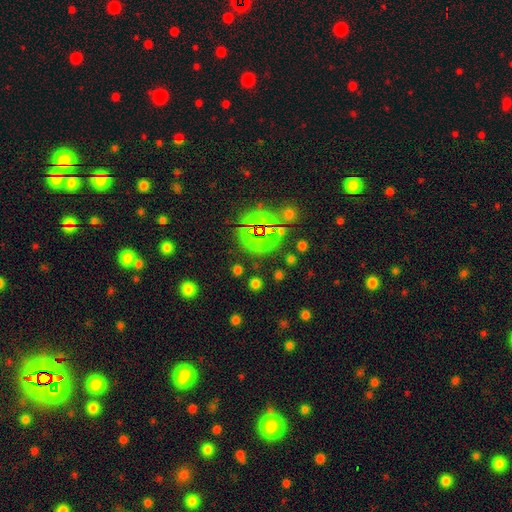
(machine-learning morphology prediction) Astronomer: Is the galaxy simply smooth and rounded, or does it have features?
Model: star or artifact — 69%.